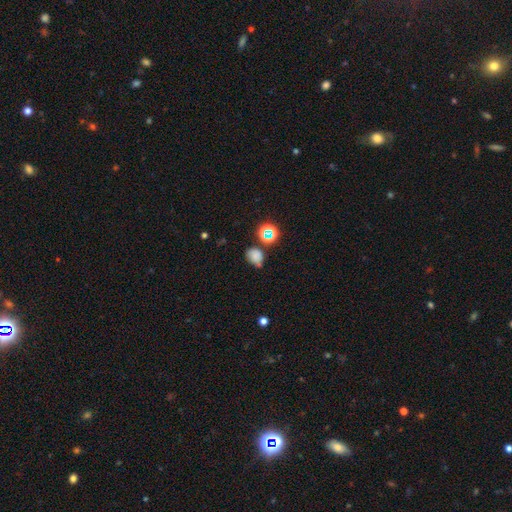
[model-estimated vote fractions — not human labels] This appears to be a smooth galaxy with no disk features (71%) that is in between round and cigar-shaped (50%). Merging: none (54%).